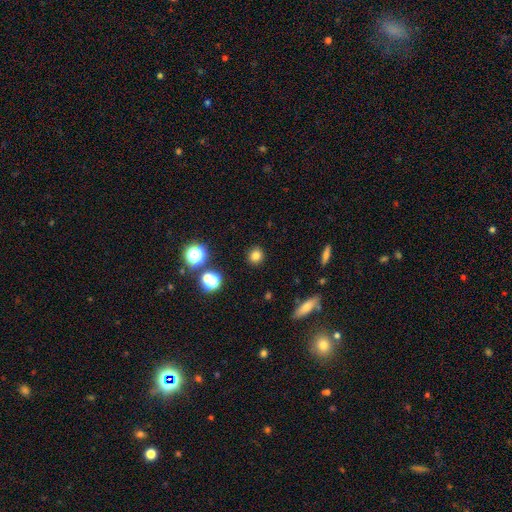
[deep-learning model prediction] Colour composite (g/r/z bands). It shows a smooth galaxy with no disk features (79%) that is round (87%). Merging: none (90%).